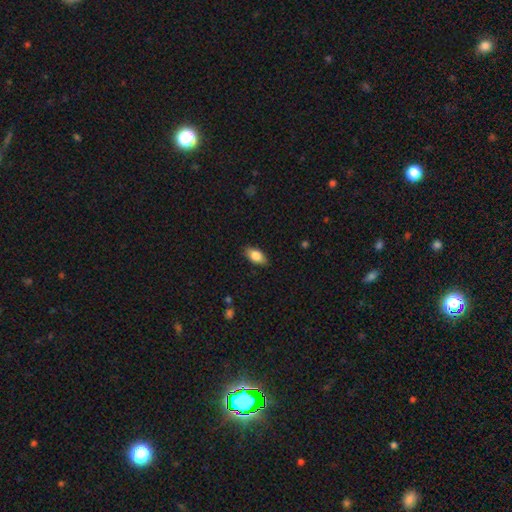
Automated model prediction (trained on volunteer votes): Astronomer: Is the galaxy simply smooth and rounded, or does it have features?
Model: smooth — 81%.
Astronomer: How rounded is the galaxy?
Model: in between — 90%.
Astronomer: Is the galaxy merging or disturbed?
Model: none — 86%.